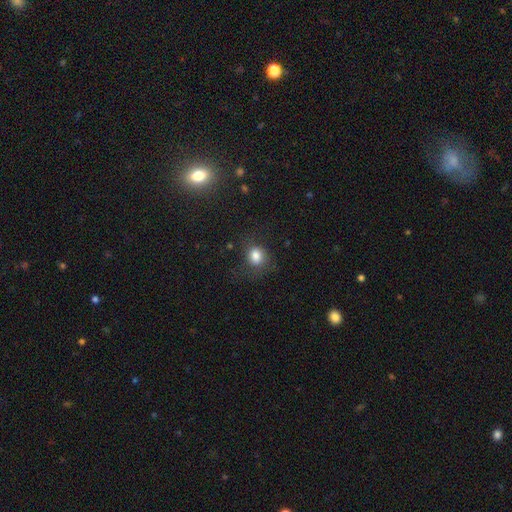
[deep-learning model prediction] This is clearly a smooth galaxy (81%). How rounded: likely round (65%). Merging: likely none (64%).